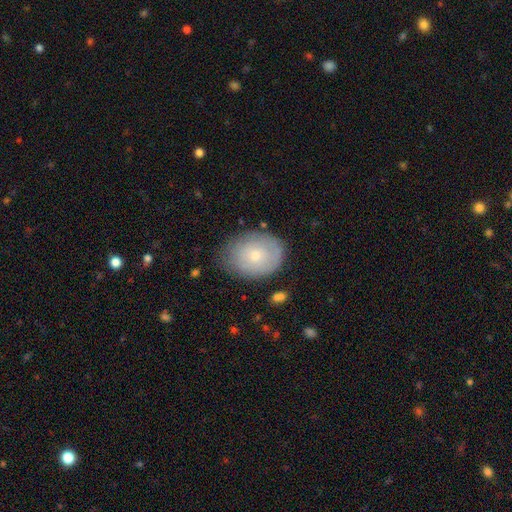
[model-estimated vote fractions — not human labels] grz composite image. It shows a smooth galaxy with no disk features (62%) that is in between round and cigar-shaped (60%). Merging: none (70%).